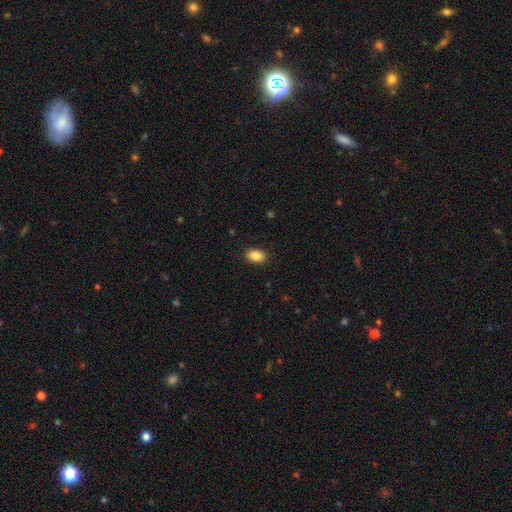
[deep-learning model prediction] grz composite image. It shows a smooth galaxy with no disk features (88%) that is in between round and cigar-shaped (88%). Merging: none (89%).